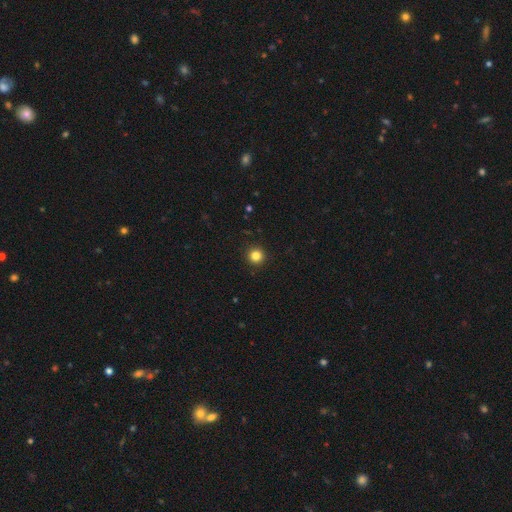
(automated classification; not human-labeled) Q: Smooth or featured?
A: smooth (83%); runner-up: star or artifact (12%)
Q: How rounded?
A: round (96%); runner-up: in between (4%)
Q: Merging?
A: none (93%); runner-up: minor disturbance (4%)